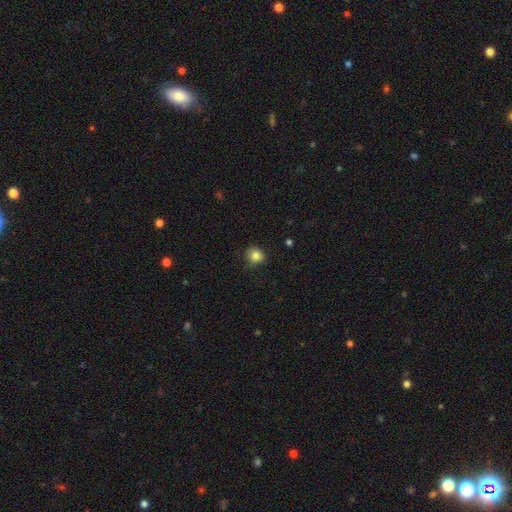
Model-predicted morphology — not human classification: smooth-or-featured: smooth: 84% | star or artifact: 11% | featured or disk: 6%
  how-rounded: round: 85% | in between: 14% | cigar-shaped: 1%
  merging: none: 79% | minor disturbance: 16% | major disturbance: 3% | merger: 1%